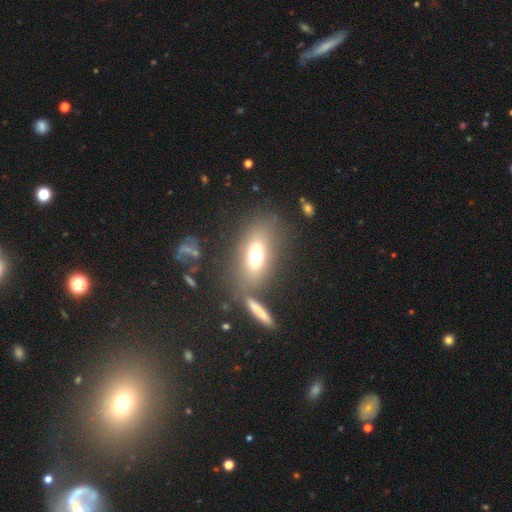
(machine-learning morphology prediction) A smooth galaxy with no disk features (66%) that is in between round and cigar-shaped (77%).

Vote fractions:
- Smooth or featured? smooth: 66% / featured or disk: 21% / star or artifact: 12%
- How rounded? in between: 77% / cigar-shaped: 12% / round: 11%
- Merging? none: 67% / merger: 14% / minor disturbance: 12% / major disturbance: 7%